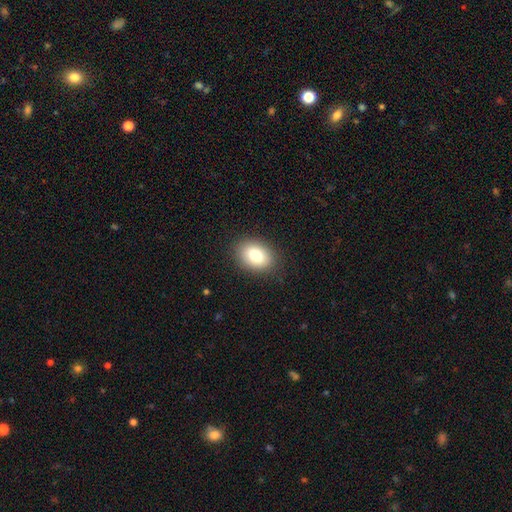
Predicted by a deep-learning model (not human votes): This appears to be a smooth galaxy with no disk features (82%) that is in between round and cigar-shaped (77%). Merging: none (87%).